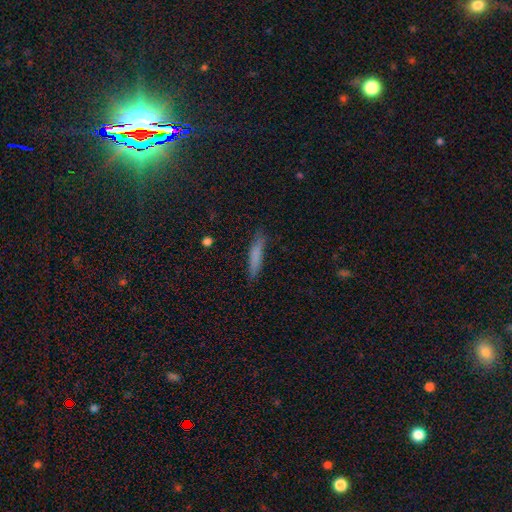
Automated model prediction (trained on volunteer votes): Overall: smooth (76%). How rounded: cigar-shaped (89%). Merging: none (81%).